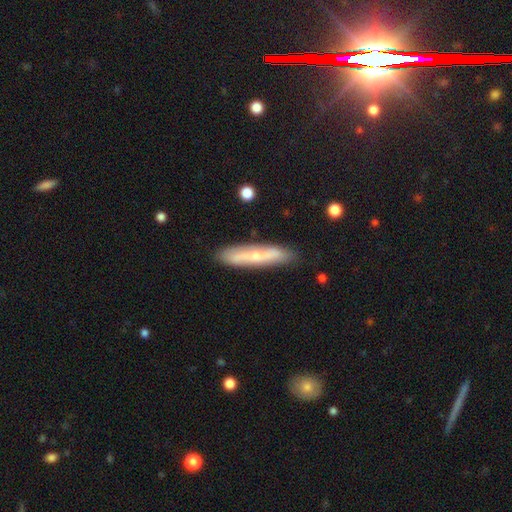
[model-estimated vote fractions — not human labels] Smooth or featured?
  - featured or disk: 51% *
  - smooth: 42%
  - star or artifact: 7%
Edge-on disk?
  - yes: 66% *
  - no: 34%
Merging?
  - none: 85% *
  - minor disturbance: 11%
  - major disturbance: 2%
  - merger: 2%